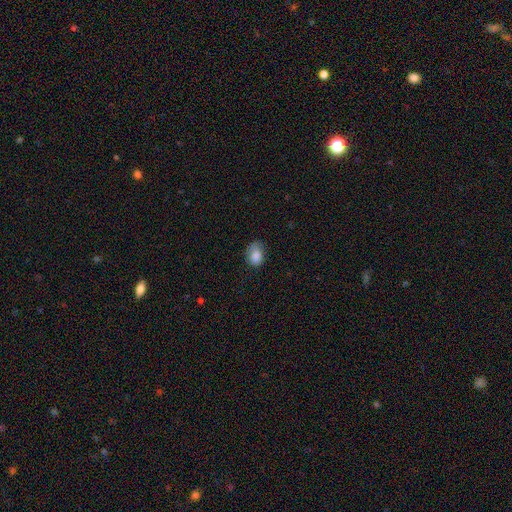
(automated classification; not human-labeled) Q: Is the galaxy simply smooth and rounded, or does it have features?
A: smooth — 84%.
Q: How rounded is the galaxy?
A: in between — 70%.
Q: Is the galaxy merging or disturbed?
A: none — 51%.